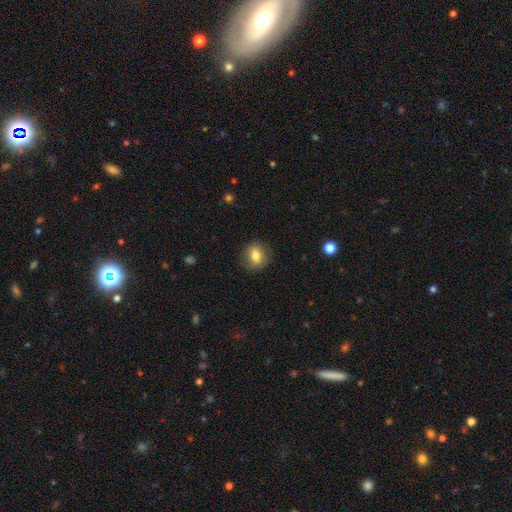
Smooth or featured? 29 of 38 (76%) said smooth. How rounded? 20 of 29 (69%) said round. Merging? 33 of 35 (94%) said none.